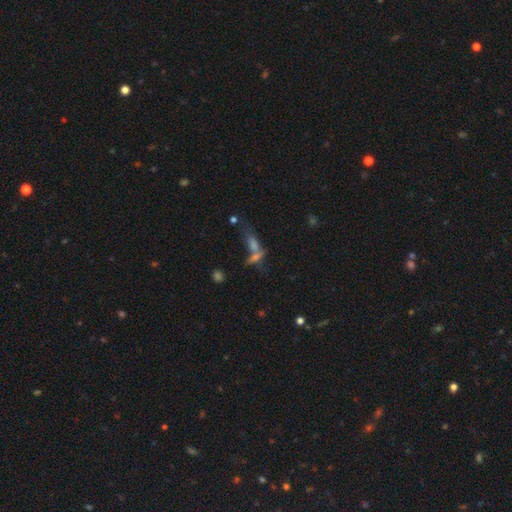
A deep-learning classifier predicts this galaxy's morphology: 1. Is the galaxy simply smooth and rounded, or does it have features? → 46% smooth, 28% featured or disk, 26% star or artifact.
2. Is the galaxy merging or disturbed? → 52% merger, 28% none, 11% major disturbance, 9% minor disturbance.